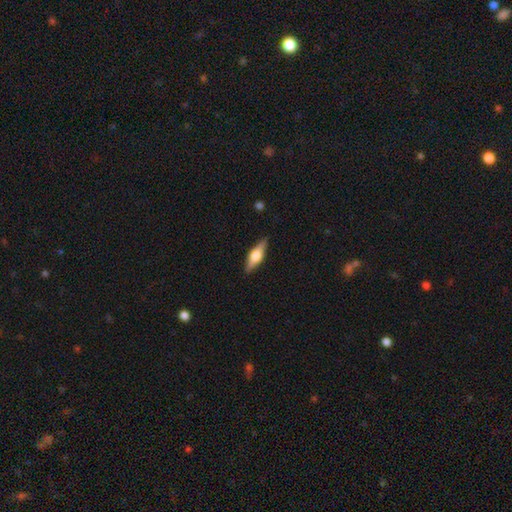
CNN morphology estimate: smooth_or_featured: featured or disk (p=0.59) [alt: smooth p=0.35]
disk_edge_on: yes (p=0.95) [alt: no p=0.05]
edge_on_bulge: rounded (p=0.92) [alt: boxy p=0.06]
merging: none (p=0.88) [alt: minor disturbance p=0.09]